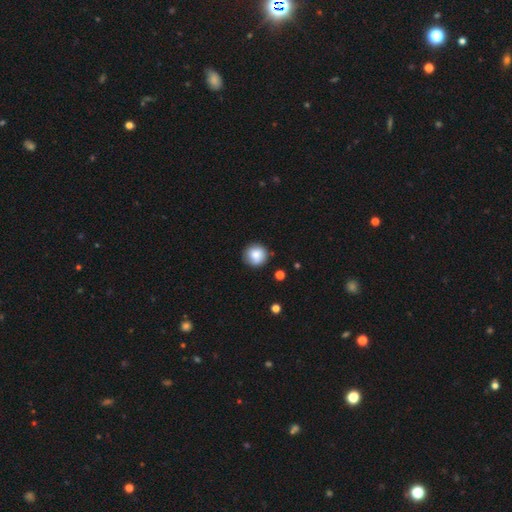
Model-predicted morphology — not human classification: Overall: smooth (84%). How rounded: round (94%). Merging: none (83%).